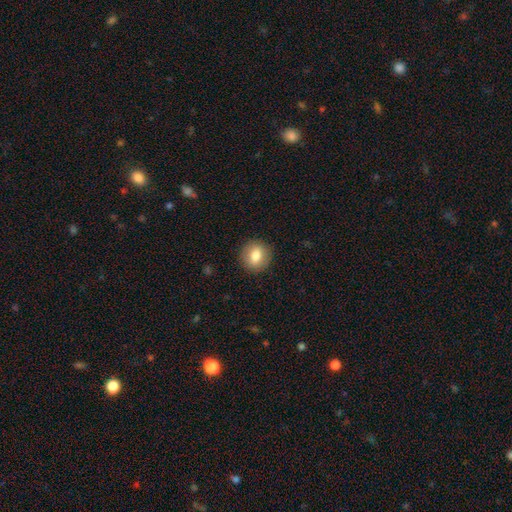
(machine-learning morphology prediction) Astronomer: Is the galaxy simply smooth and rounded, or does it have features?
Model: smooth — 79%.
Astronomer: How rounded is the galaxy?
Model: round — 81%.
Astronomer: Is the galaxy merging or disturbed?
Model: none — 90%.